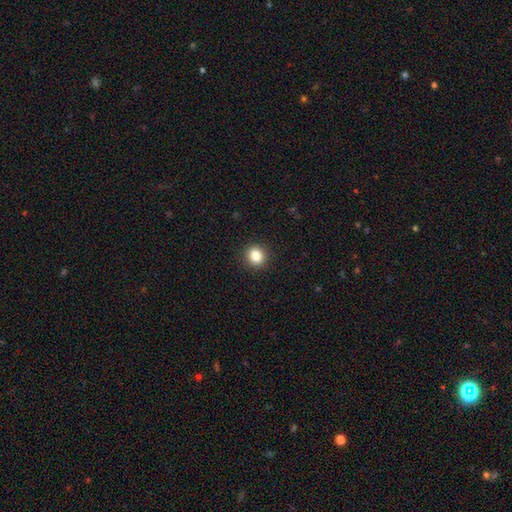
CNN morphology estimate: Smooth or featured?
  - smooth: 84% *
  - star or artifact: 11%
  - featured or disk: 5%
How rounded?
  - round: 83% *
  - in between: 16%
  - cigar-shaped: 1%
Merging?
  - none: 92% *
  - minor disturbance: 6%
  - major disturbance: 2%
  - merger: 1%